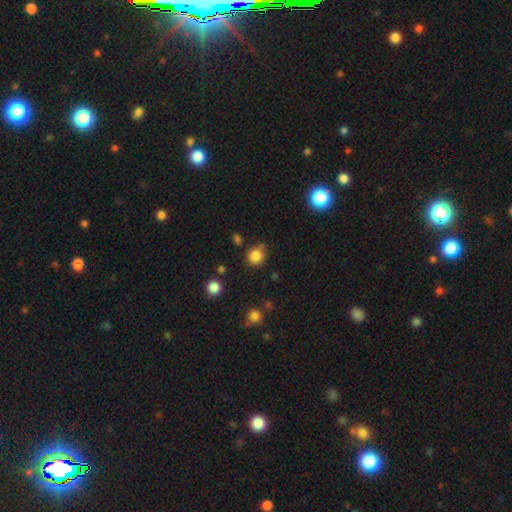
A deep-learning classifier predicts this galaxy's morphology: smooth_or_featured: smooth (p=0.84) [alt: star or artifact p=0.11]
how_rounded: round (p=0.87) [alt: in between p=0.12]
merging: none (p=0.79) [alt: minor disturbance p=0.12]